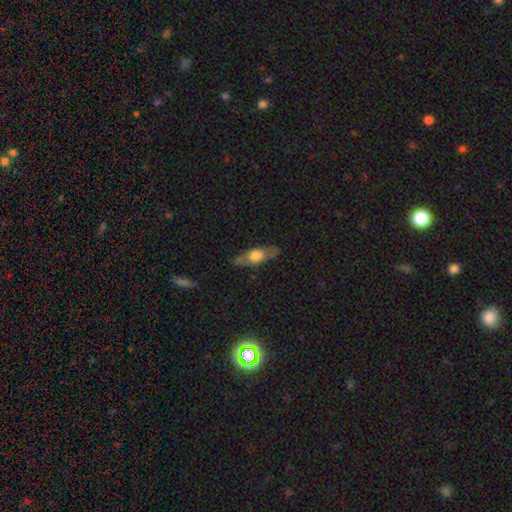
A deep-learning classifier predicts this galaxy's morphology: The model was most divided on "smooth or featured": featured or disk: 49%, smooth: 45%, star or artifact: 6%. More confident: merging — none (82%).